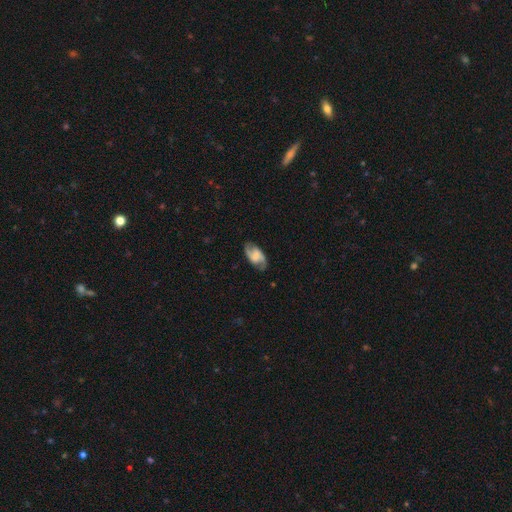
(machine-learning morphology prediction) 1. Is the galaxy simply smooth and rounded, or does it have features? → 72% featured or disk, 21% smooth, 7% star or artifact.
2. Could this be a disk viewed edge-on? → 96% no, 4% yes.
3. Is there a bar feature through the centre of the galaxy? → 45% weak, 32% no, 23% strong.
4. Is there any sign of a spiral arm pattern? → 93% yes, 7% no.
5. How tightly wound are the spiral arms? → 46% medium, 36% loose, 18% tight.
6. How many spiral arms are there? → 89% 2, 5% can't tell, 2% 1, 2% 3, 1% 4, 1% more than 4.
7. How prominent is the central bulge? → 44% none, 18% small, 18% moderate, 16% large, 3% dominant.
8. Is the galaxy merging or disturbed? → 77% none, 16% minor disturbance, 5% major disturbance, 1% merger.